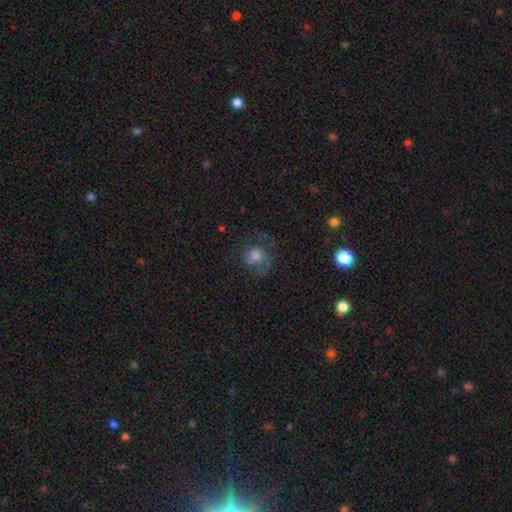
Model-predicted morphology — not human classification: Smooth or featured?
  - smooth: 55% *
  - featured or disk: 31%
  - star or artifact: 14%
How rounded?
  - round: 75% *
  - in between: 24%
  - cigar-shaped: 1%
Merging?
  - none: 52% *
  - major disturbance: 24%
  - minor disturbance: 22%
  - merger: 2%